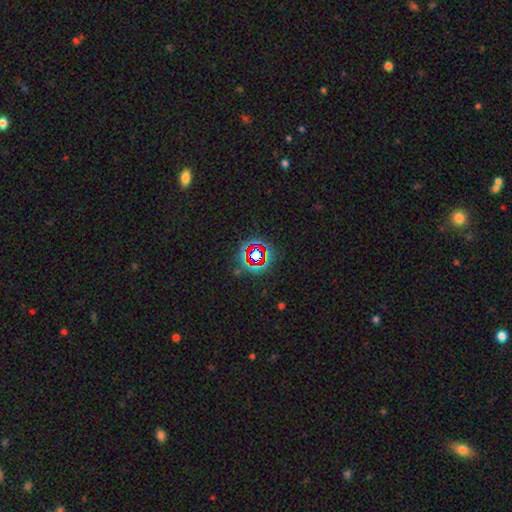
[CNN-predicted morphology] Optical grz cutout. It shows a star or artifact, not a galaxy (72%).